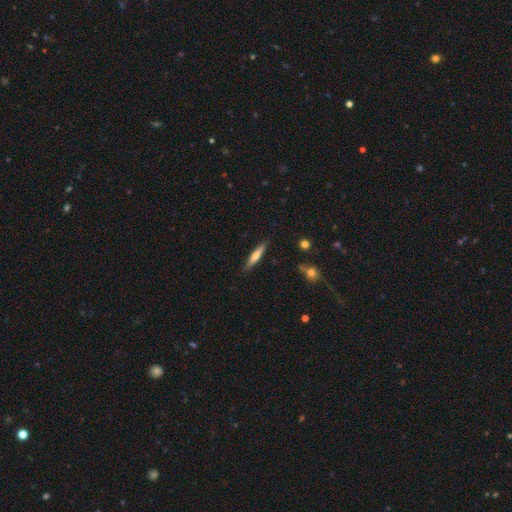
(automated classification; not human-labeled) smooth_or_featured: smooth (p=0.56) [alt: featured or disk p=0.38]
how_rounded: cigar-shaped (p=0.89) [alt: in between p=0.09]
merging: none (p=0.86) [alt: minor disturbance p=0.11]